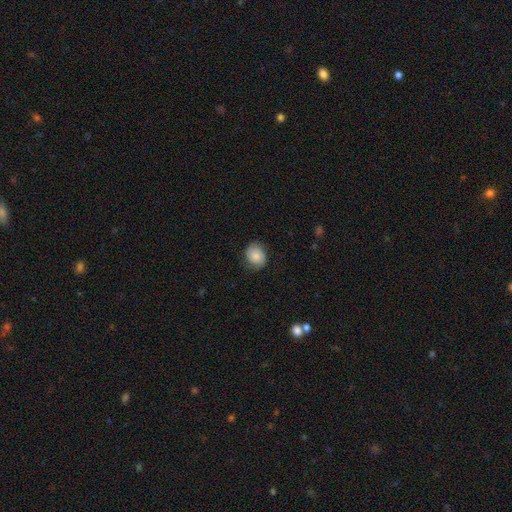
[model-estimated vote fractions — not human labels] Morphology: type=smooth (73%); roundness=round (54%); merging=none (76%).